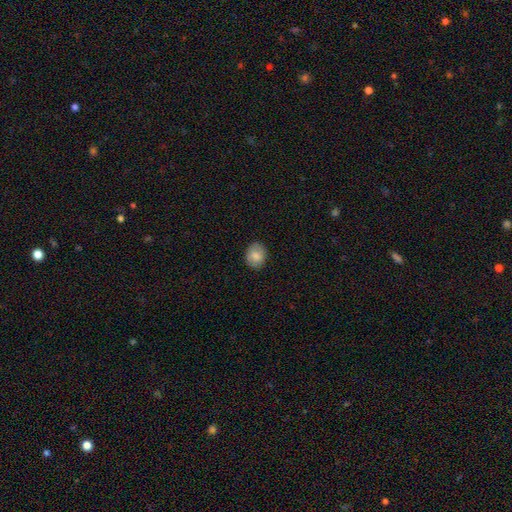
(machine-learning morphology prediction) This appears to be a smooth galaxy with no disk features (80%) that is round (53%). Merging: none (86%).